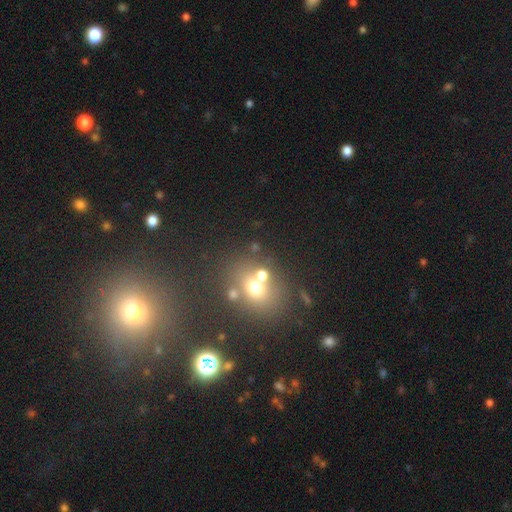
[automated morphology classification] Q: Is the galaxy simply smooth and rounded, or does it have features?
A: star or artifact — 47%.